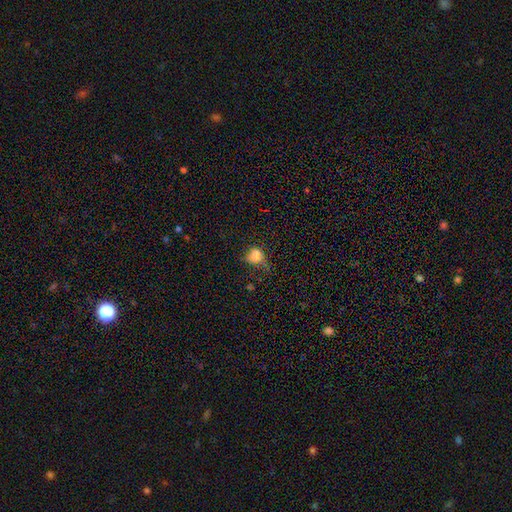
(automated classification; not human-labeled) This appears to be a smooth galaxy with no disk features (74%) that is round (50%). Merging: none (38%).